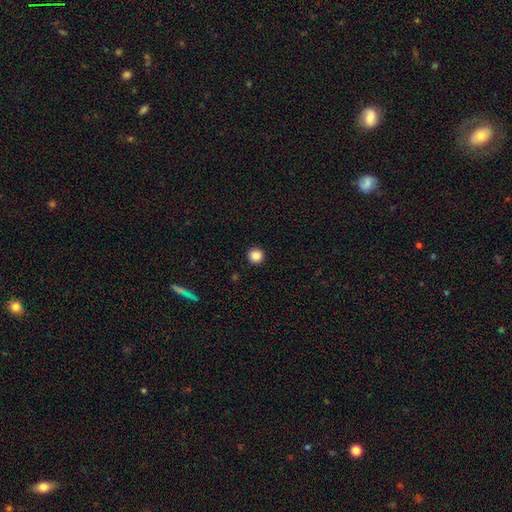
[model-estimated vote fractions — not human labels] smooth-or-featured: smooth: 87% | star or artifact: 10% | featured or disk: 3%
  how-rounded: round: 96% | in between: 3% | cigar-shaped: 1%
  merging: none: 93% | minor disturbance: 4% | major disturbance: 2% | merger: 1%